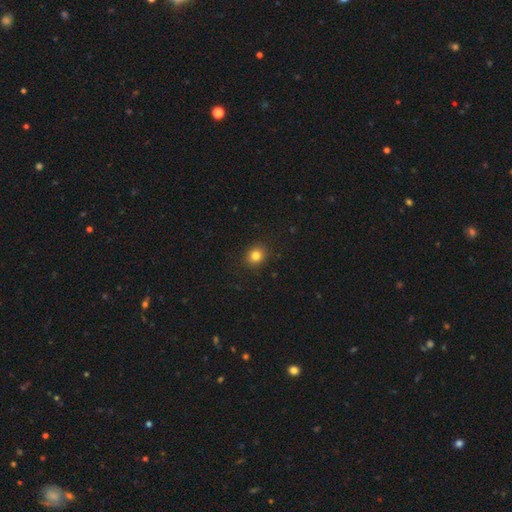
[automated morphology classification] Smooth or featured? Predicted: smooth (p=0.82). How rounded? Predicted: round (p=0.78). Merging? Predicted: none (p=0.91).